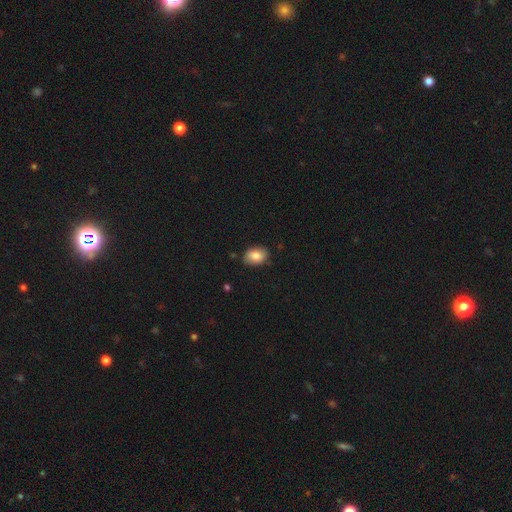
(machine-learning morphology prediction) Q: Smooth or featured?
A: smooth (83%); runner-up: featured or disk (9%)
Q: How rounded?
A: in between (80%); runner-up: round (19%)
Q: Merging?
A: none (82%); runner-up: minor disturbance (14%)